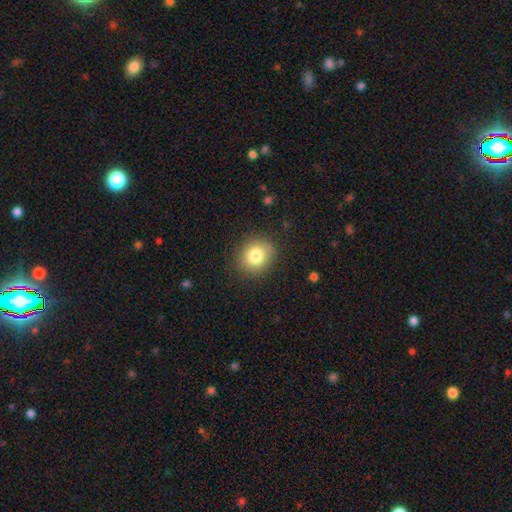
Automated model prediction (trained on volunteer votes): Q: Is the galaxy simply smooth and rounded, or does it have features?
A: smooth — 80%.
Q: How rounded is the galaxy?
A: round — 78%.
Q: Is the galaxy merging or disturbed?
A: none — 86%.